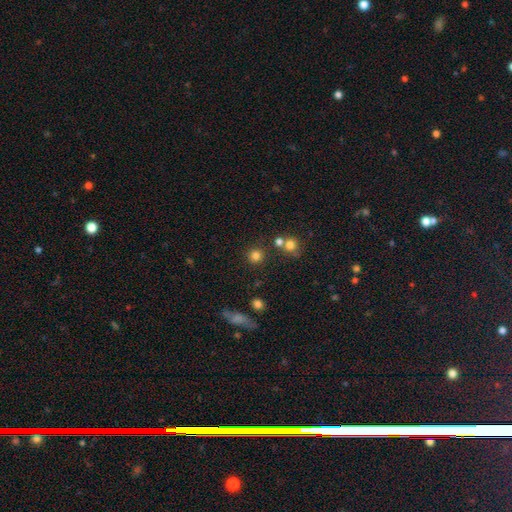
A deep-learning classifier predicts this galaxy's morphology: Smooth or featured?
  - smooth: 79% *
  - star or artifact: 14%
  - featured or disk: 6%
How rounded?
  - round: 93% *
  - in between: 6%
  - cigar-shaped: 1%
Merging?
  - none: 80% *
  - merger: 9%
  - minor disturbance: 8%
  - major disturbance: 3%